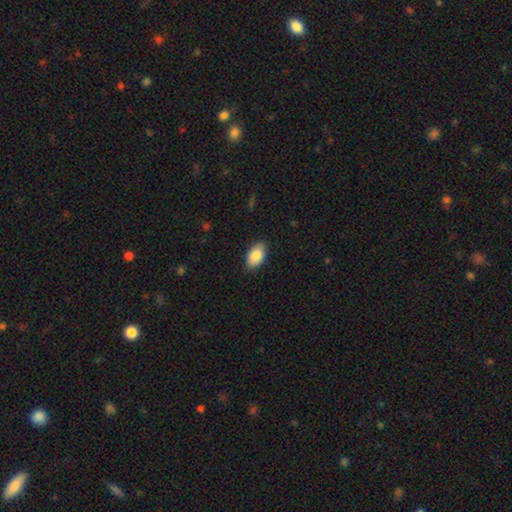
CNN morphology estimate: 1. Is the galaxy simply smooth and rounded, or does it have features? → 87% smooth, 6% featured or disk, 6% star or artifact.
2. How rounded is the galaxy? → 93% in between, 5% round, 2% cigar-shaped.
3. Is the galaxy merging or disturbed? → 86% none, 11% minor disturbance, 2% major disturbance, 1% merger.